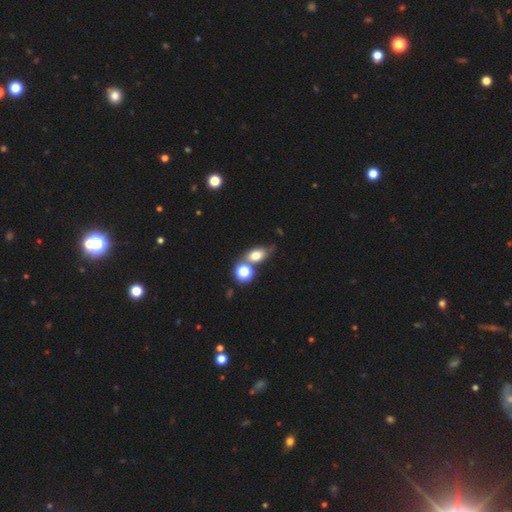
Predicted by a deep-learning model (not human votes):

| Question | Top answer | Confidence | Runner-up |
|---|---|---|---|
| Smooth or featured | smooth | 73% | star or artifact (15%) |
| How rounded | in between | 67% | round (30%) |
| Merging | none | 51% | merger (25%) |